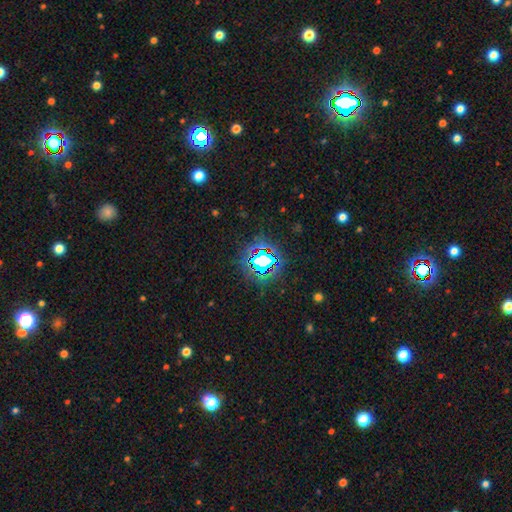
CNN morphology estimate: The model was most divided on "smooth or featured": star or artifact: 74%, smooth: 16%, featured or disk: 10%.